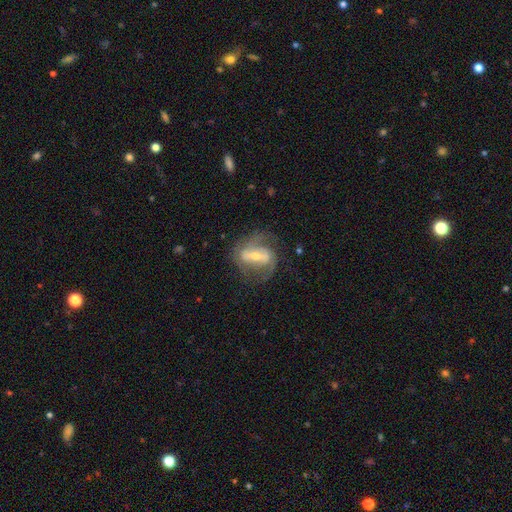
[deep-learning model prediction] featured or disk 82%, smooth 12%, star or artifact 7%. Down the decision tree: edge-on disk — no (94%); bar — strong (57%); spiral arms — yes (89%); spiral arm count — 2 (77%); spiral winding — medium (48%); bulge size — small (51%); merging — none (66%).